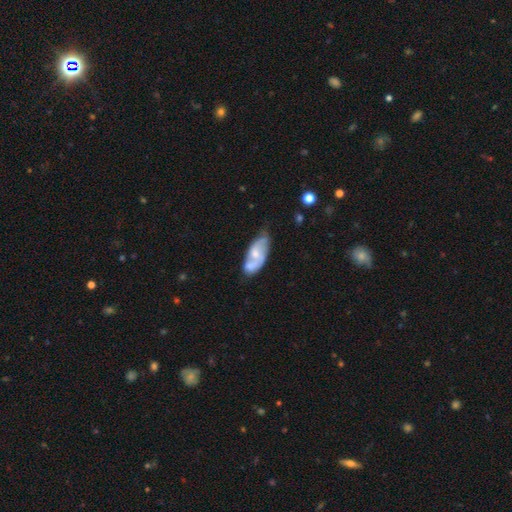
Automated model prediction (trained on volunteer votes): Smooth or featured: featured or disk — 56% (smooth — 38%)
Edge-on disk: no — 92% (yes — 8%)
Bar: no — 67% (weak — 28%)
Spiral arms: yes — 68% (no — 32%)
Bulge size: moderate — 46% (small — 40%)
Merging: none — 41% (minor disturbance — 27%)